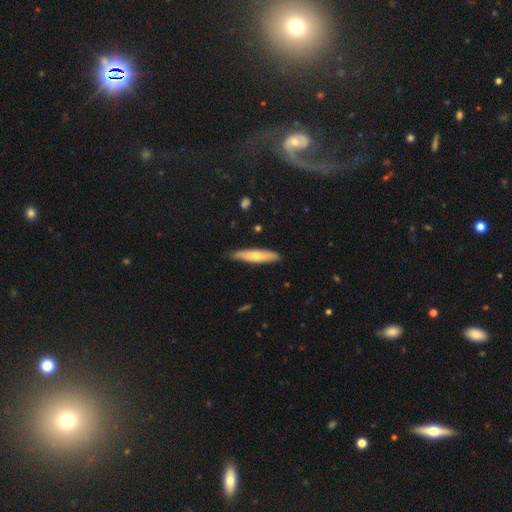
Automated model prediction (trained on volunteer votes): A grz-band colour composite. It shows a smooth galaxy with no disk features (53%) that is cigar-shaped (81%). Merging: none (84%).